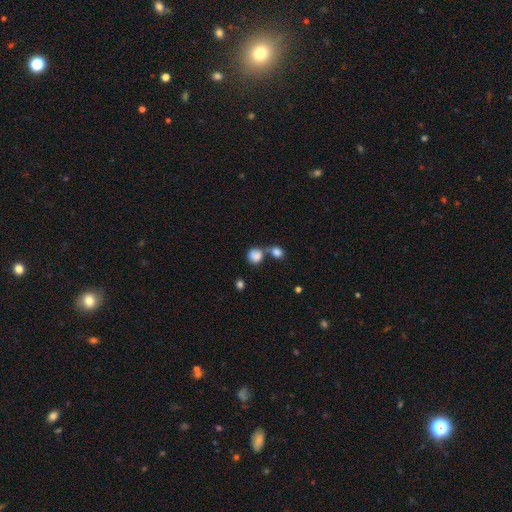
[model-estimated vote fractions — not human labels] Overall: smooth (85%). How rounded: round (80%). Merging: merger (48%; none 38%).